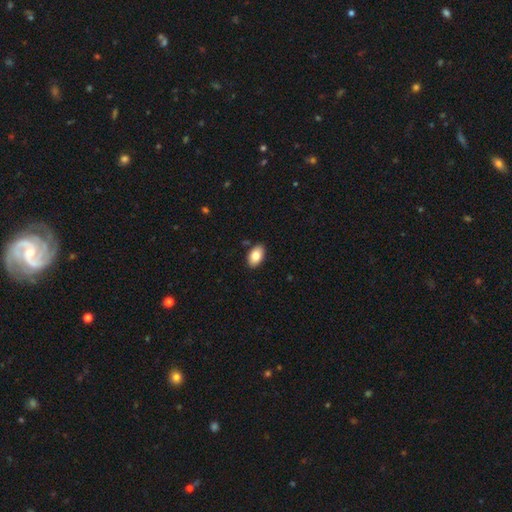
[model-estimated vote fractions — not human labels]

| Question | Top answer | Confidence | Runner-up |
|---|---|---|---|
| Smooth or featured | smooth | 83% | featured or disk (10%) |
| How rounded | in between | 94% | round (5%) |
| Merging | none | 88% | minor disturbance (9%) |